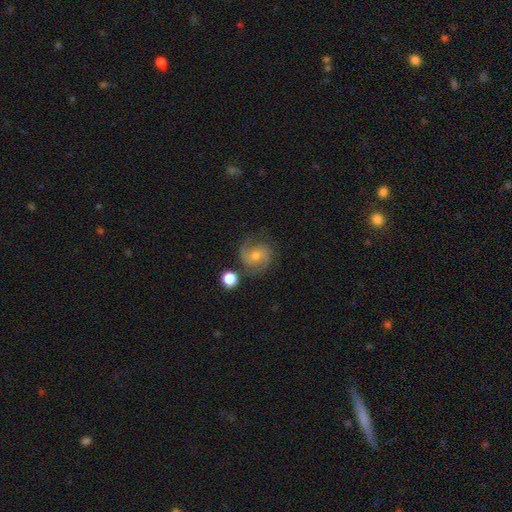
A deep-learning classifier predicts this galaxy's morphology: A featured or disk galaxy (77%) with no bar (65%), 2 (69%) medium (47%) spiral arms (95%) and a moderate central bulge (52%). Merging: none (73%).